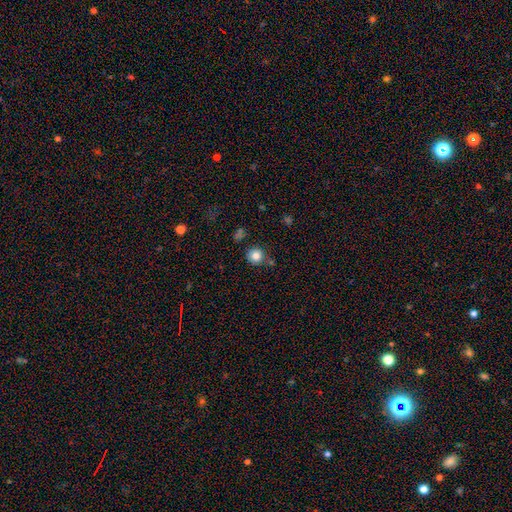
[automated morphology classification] This appears to be a smooth galaxy with no disk features (82%) that is round (92%). Merging: none (78%).